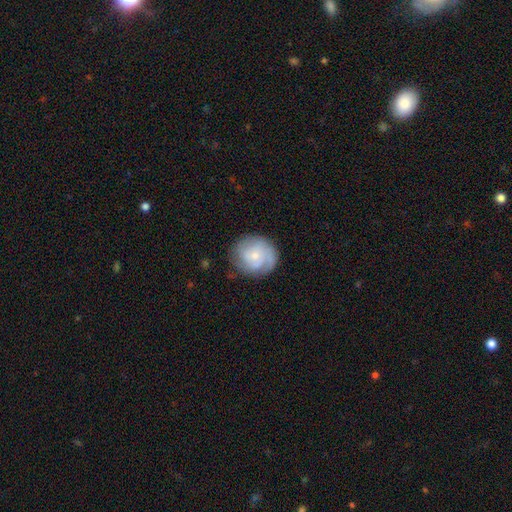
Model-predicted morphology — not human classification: Smooth or featured? Predicted: featured or disk (p=0.54). Edge-on disk? Predicted: no (p=0.98). Bar? Predicted: no (p=0.76). Spiral arms? Predicted: yes (p=0.85). Bulge size? Predicted: small (p=0.66). Merging? Predicted: none (p=0.76).